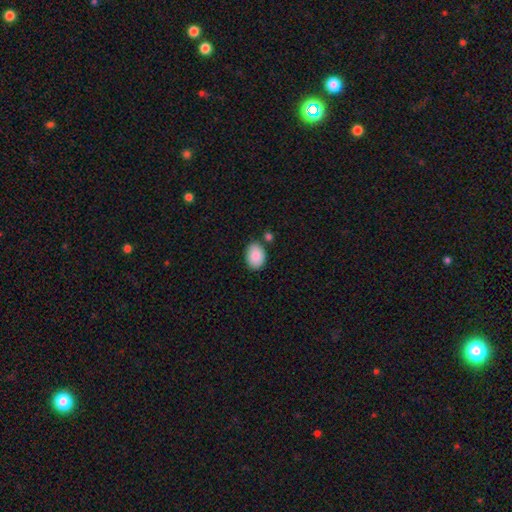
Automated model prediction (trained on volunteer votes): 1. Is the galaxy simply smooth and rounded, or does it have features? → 88% smooth, 7% star or artifact, 5% featured or disk.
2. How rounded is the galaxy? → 80% in between, 19% round, 1% cigar-shaped.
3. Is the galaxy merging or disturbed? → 78% none, 13% minor disturbance, 6% merger, 3% major disturbance.